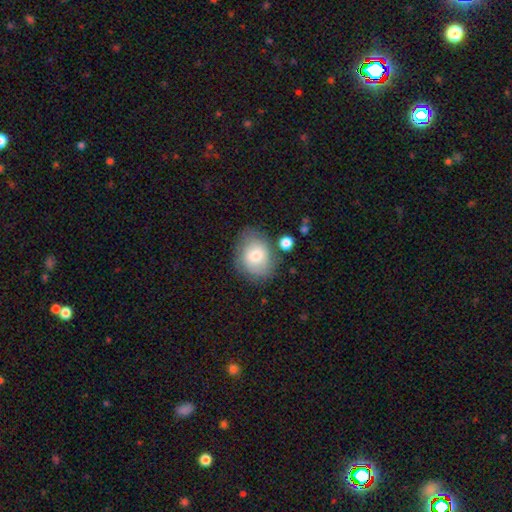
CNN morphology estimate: smooth_or_featured: smooth (p=0.72) [alt: featured or disk p=0.21]
how_rounded: in between (p=0.55) [alt: round p=0.44]
merging: none (p=0.68) [alt: minor disturbance p=0.19]